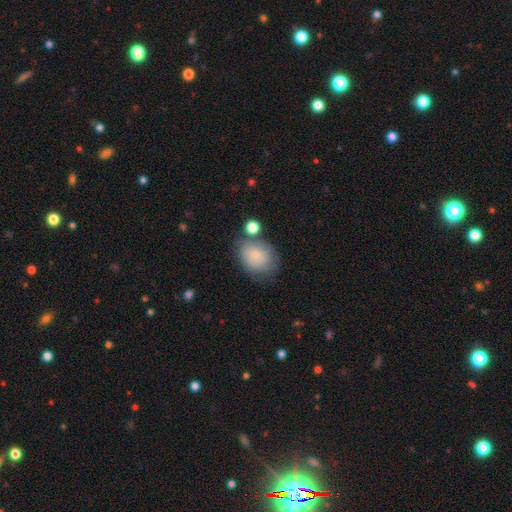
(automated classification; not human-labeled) Smooth or featured? Predicted: smooth (p=0.75). How rounded? Predicted: in between (p=0.53). Merging? Predicted: none (p=0.56).